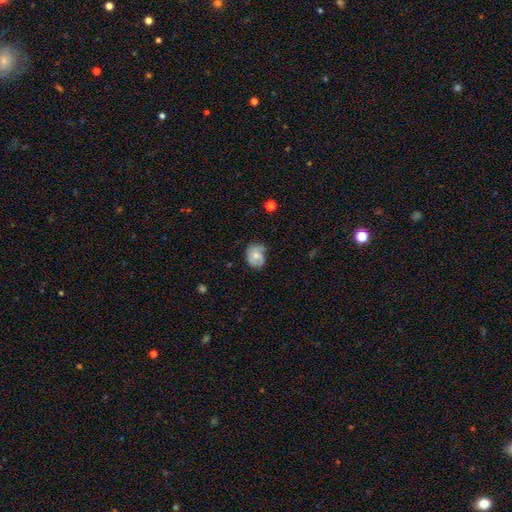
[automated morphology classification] Smooth or featured: smooth — 55% (featured or disk — 37%)
How rounded: round — 55% (in between — 44%)
Merging: none — 57% (minor disturbance — 31%)